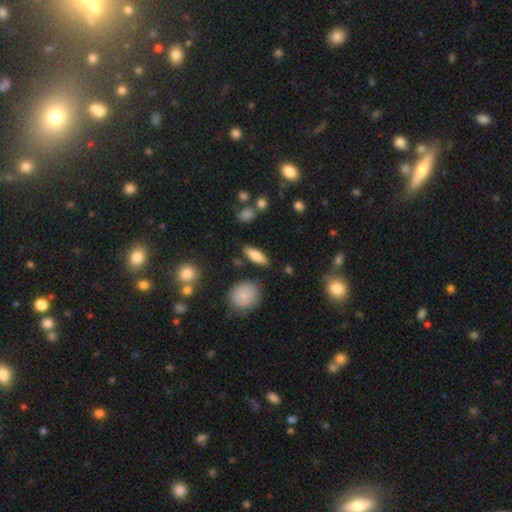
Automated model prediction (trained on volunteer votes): Q: Smooth or featured?
A: smooth (74%); runner-up: featured or disk (19%)
Q: How rounded?
A: in between (58%); runner-up: cigar-shaped (38%)
Q: Merging?
A: none (84%); runner-up: minor disturbance (10%)